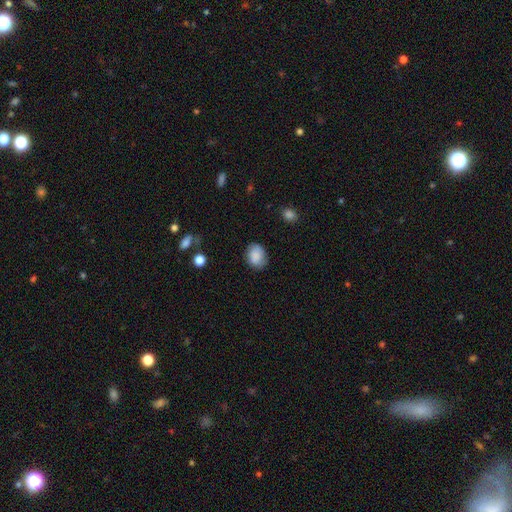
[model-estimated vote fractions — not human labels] A smooth galaxy with no disk features (85%) that is in between round and cigar-shaped (57%).

Vote fractions:
- Smooth or featured? smooth: 85% / star or artifact: 8% / featured or disk: 7%
- How rounded? in between: 57% / round: 42% / cigar-shaped: 1%
- Merging? none: 76% / minor disturbance: 19% / major disturbance: 4% / merger: 1%